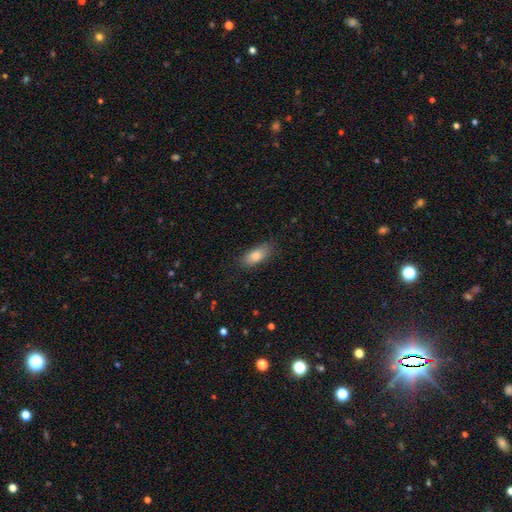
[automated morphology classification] Smooth or featured? smooth (82%)
How rounded? in between (83%)
Merging? none (82%)